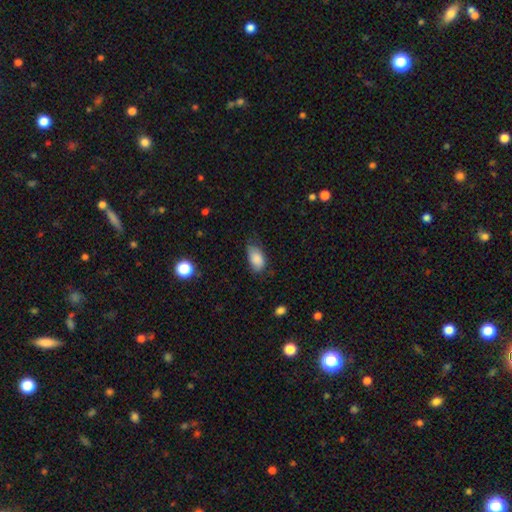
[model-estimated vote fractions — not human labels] Smooth or featured? smooth (85%)
How rounded? in between (92%)
Merging? none (58%)